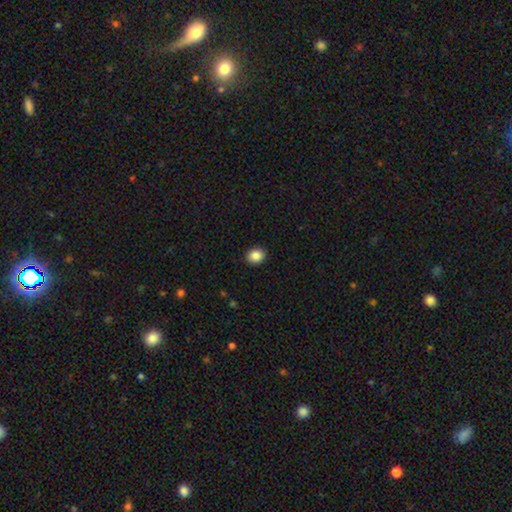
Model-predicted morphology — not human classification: Smooth or featured? Predicted: smooth (p=0.87). How rounded? Predicted: round (p=0.62). Merging? Predicted: none (p=0.91).